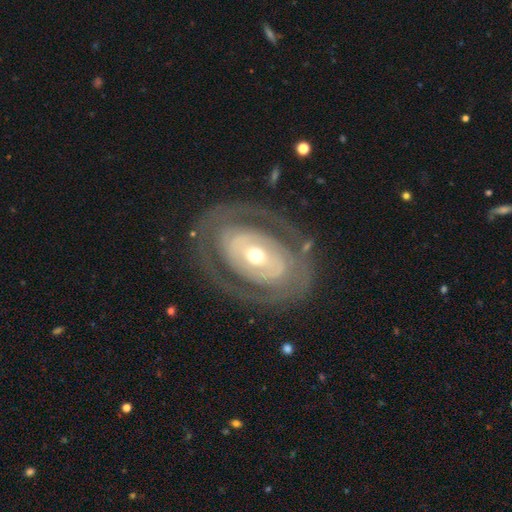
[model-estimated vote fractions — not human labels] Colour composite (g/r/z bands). It shows a featured or disk galaxy (79%) with no bar (60%), spiral arms (56%) and a moderate central bulge (60%). Merging: none (75%).